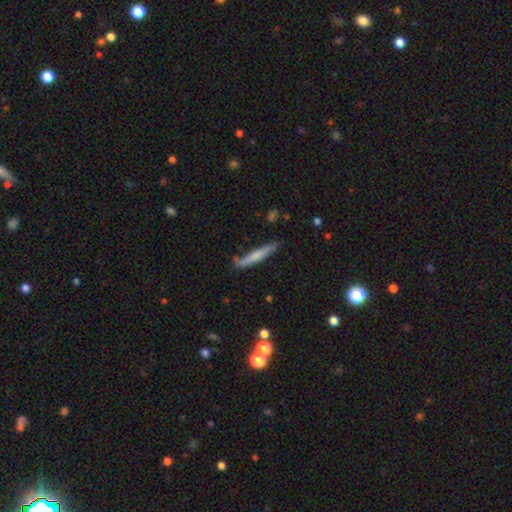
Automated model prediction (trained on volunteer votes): Smooth or featured? smooth (63%)
How rounded? cigar-shaped (94%)
Merging? none (81%)